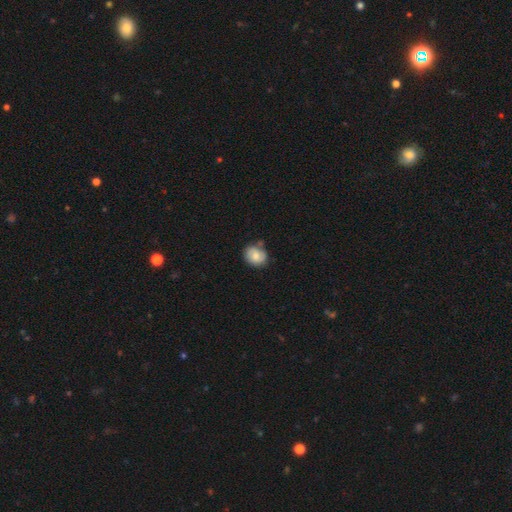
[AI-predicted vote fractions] A smooth galaxy with no disk features (73%) that is round (65%). Merging: none (67%).